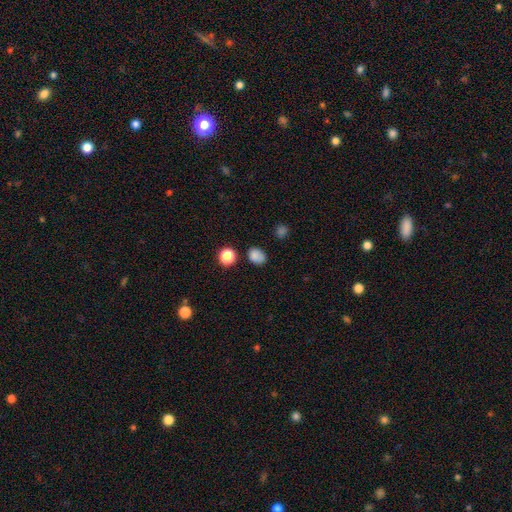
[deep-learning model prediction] This is clearly a smooth galaxy (81%). How rounded: possibly in between (57%). Merging: likely none (76%).